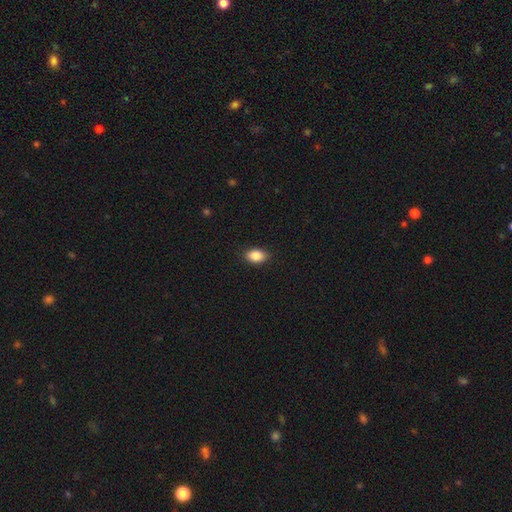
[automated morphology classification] This is clearly a smooth galaxy (87%). How rounded: clearly in between (86%). Merging: clearly none (88%).